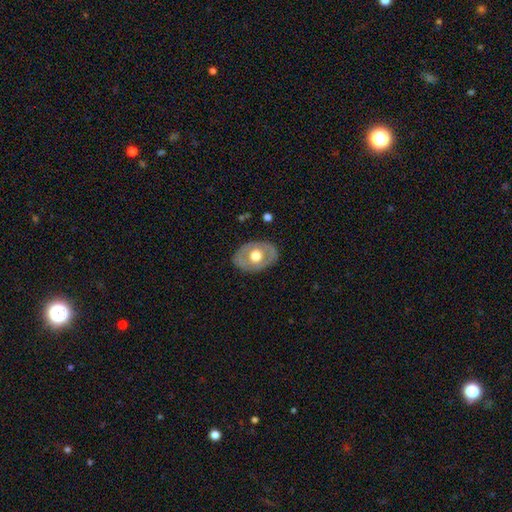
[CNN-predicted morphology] type=featured or disk (51%); edge-on=no (90%); merging=none (82%).